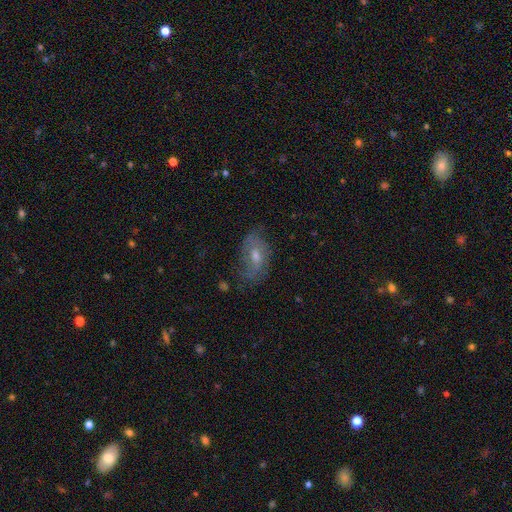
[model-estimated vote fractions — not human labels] This is possibly a featured or disk galaxy (51%). It is clearly not viewed edge-on (91%). Merging: likely none (62%).